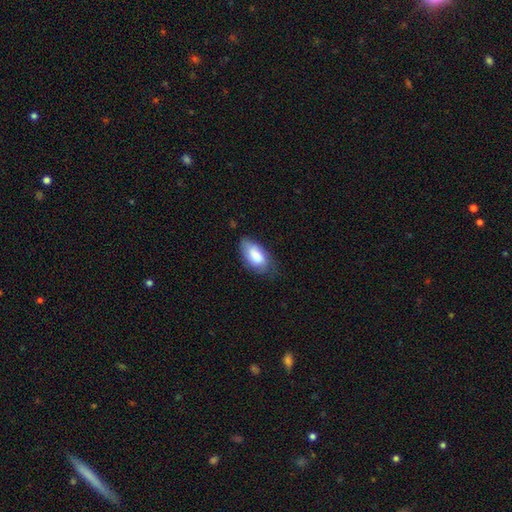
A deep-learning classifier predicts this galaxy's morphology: This appears to be a smooth galaxy with no disk features (76%) that is in between round and cigar-shaped (93%). Merging: none (60%).